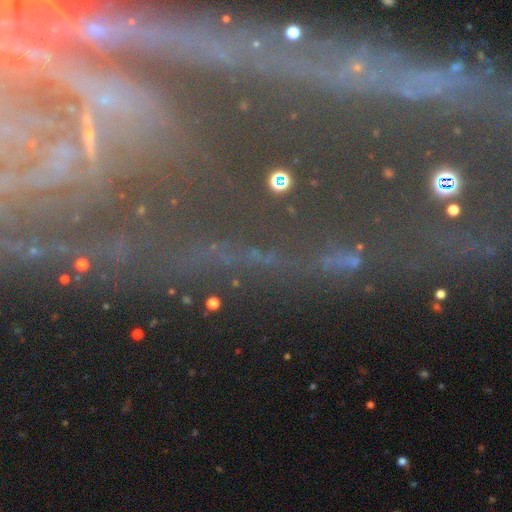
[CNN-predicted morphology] smooth-or-featured: star or artifact: 54% | featured or disk: 31% | smooth: 15%